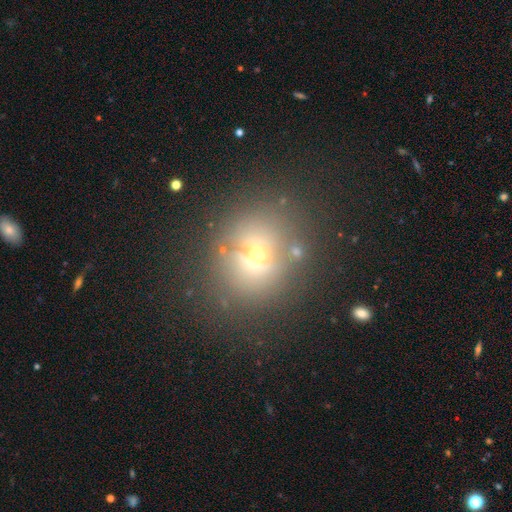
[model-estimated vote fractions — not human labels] A smooth galaxy with no disk features (55%) that is round (76%).

Vote fractions:
- Smooth or featured? smooth: 55% / star or artifact: 23% / featured or disk: 22%
- How rounded? round: 76% / in between: 22% / cigar-shaped: 1%
- Merging? none: 72% / minor disturbance: 14% / major disturbance: 7% / merger: 6%